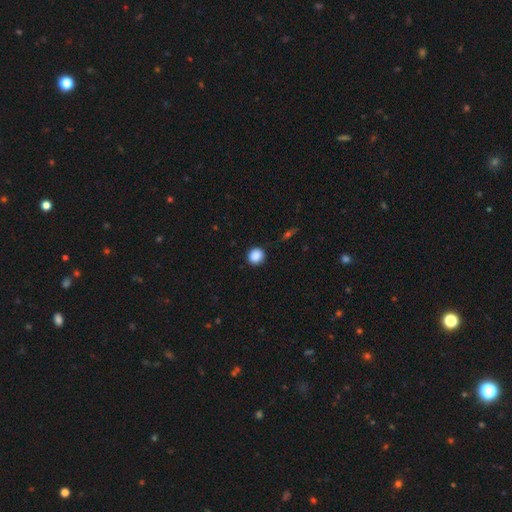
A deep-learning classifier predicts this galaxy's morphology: The model was most divided on "smooth or featured": smooth: 88%, star or artifact: 9%, featured or disk: 3%. More confident: how rounded — round (90%); merging — none (90%).